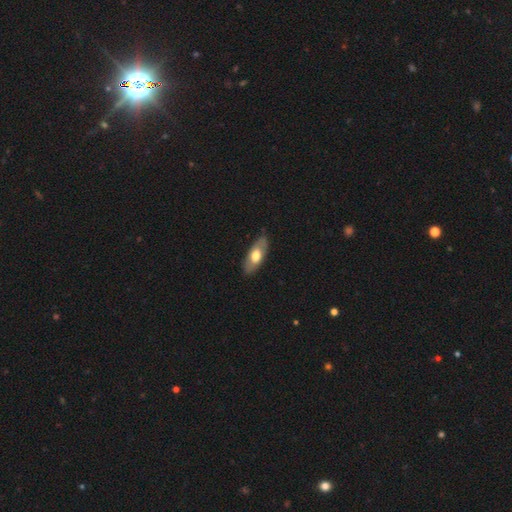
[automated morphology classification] smooth 57%, featured or disk 38%, star or artifact 5%. Down the decision tree: how rounded — in between (82%); merging — none (83%).